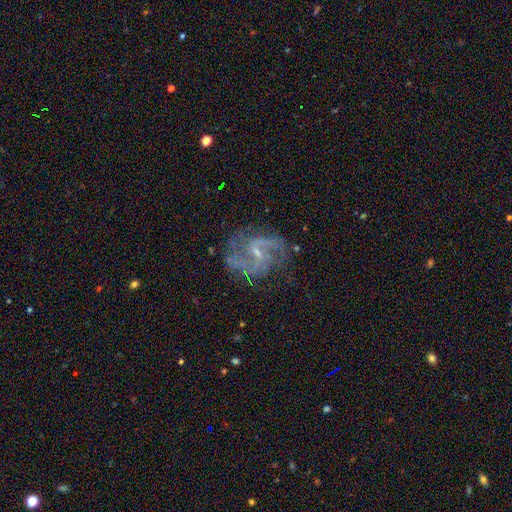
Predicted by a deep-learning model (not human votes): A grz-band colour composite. It shows a featured or disk galaxy (80%) with a weak bar (53%), 2 (71%) medium (48%) spiral arms (95%) and a small central bulge (70%). Merging: none (72%).